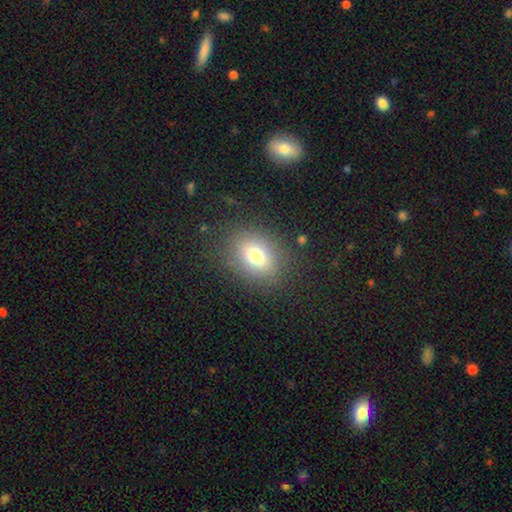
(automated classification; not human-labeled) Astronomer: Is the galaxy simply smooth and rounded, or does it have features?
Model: smooth — 74%.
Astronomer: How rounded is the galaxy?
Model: in between — 51% (runner-up: round, 48%).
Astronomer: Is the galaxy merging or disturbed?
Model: none — 83%.